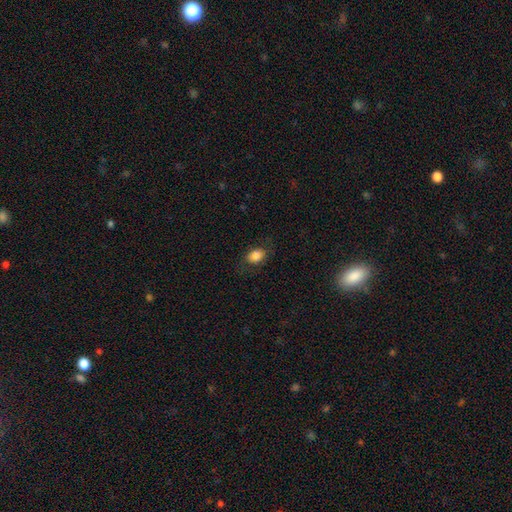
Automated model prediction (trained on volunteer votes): Smooth or featured? smooth (83%)
How rounded? in between (68%)
Merging? none (73%)